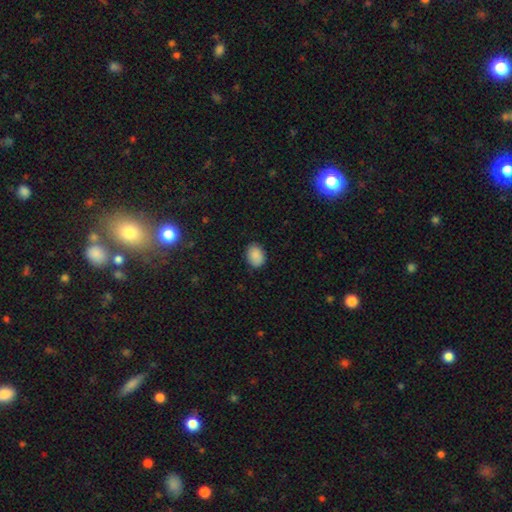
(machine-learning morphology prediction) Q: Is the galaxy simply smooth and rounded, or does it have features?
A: smooth — 89%.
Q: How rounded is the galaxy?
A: in between — 73%.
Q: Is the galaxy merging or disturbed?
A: none — 86%.